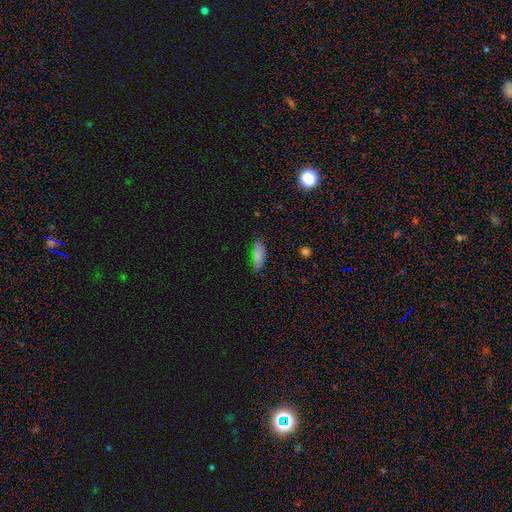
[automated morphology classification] smooth 67%, star or artifact 24%, featured or disk 9%. Down the decision tree: how rounded — in between (78%); merging — none (83%).